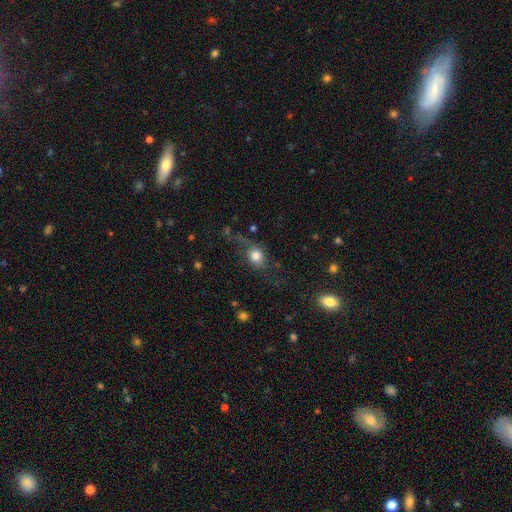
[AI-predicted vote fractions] The model was most divided on "how rounded": round: 60%, in between: 38%, cigar-shaped: 2%. More confident: smooth or featured — smooth (73%); merging — none (53%).